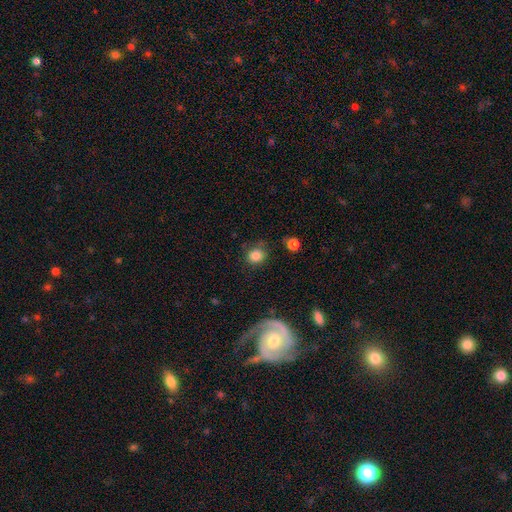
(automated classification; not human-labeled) A smooth galaxy with no disk features (83%) that is round (81%). Merging: none (74%).